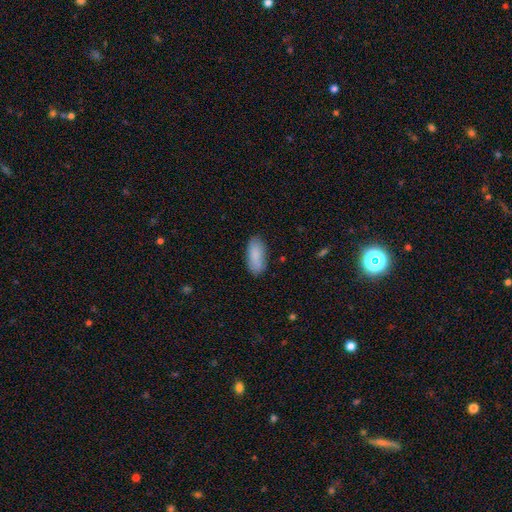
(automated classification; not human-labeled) Overall: smooth (87%). How rounded: in between (89%). Merging: none (83%).